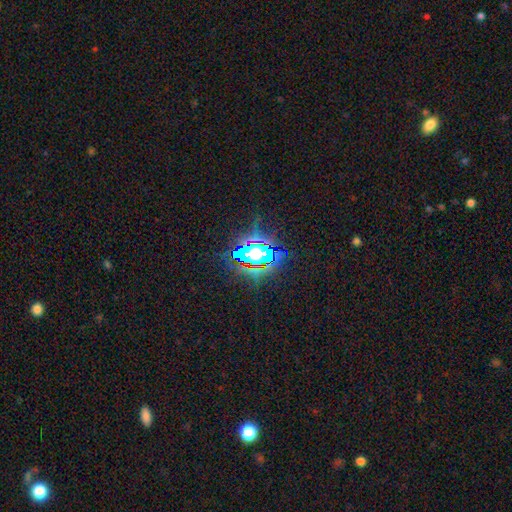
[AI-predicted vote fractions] Smooth or featured? Predicted: star or artifact (p=0.70).